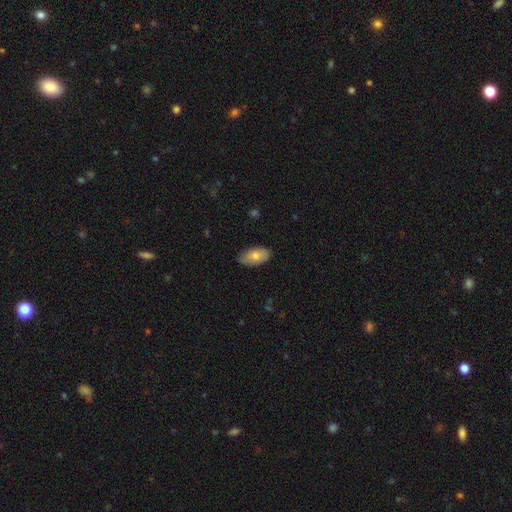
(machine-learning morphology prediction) This appears to be a smooth galaxy with no disk features (77%) that is in between round and cigar-shaped (94%). Merging: none (82%).